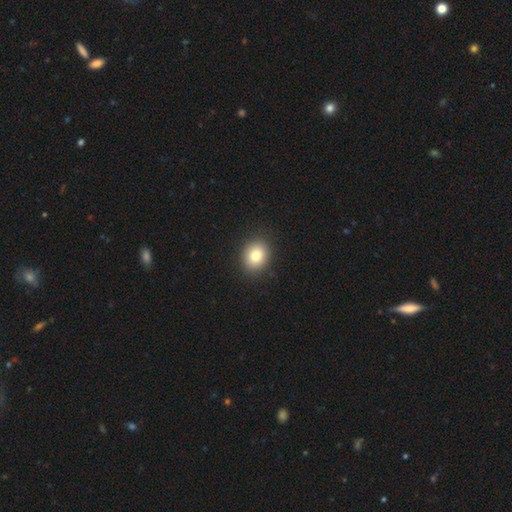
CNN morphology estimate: Q: Smooth or featured?
A: smooth (80%); runner-up: star or artifact (10%)
Q: How rounded?
A: round (66%); runner-up: in between (33%)
Q: Merging?
A: none (90%); runner-up: minor disturbance (6%)